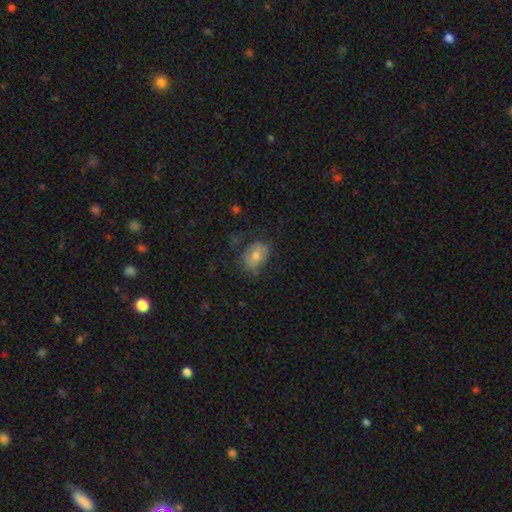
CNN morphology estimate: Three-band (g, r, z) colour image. It shows a smooth galaxy with no disk features (64%) that is in between round and cigar-shaped (67%). Merging: none (64%).